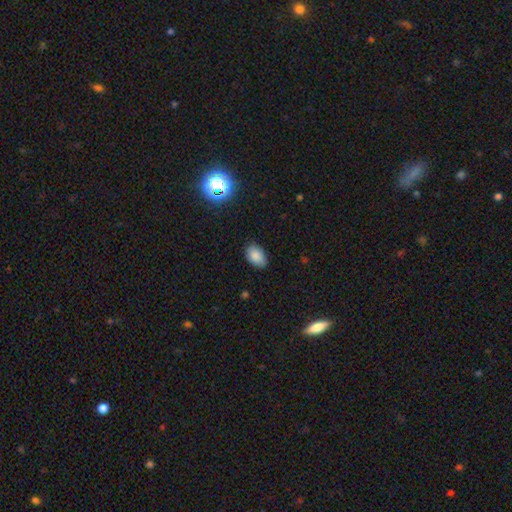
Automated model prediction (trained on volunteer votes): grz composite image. It shows a smooth galaxy with no disk features (85%) that is in between round and cigar-shaped (89%). Merging: none (83%).